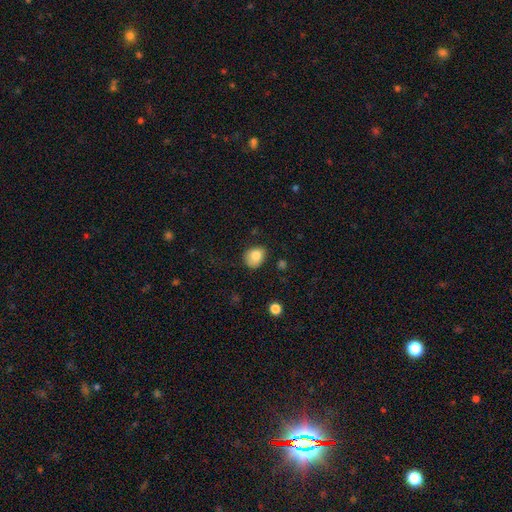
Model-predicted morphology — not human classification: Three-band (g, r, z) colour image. It shows a smooth galaxy with no disk features (81%) that is round (54%). Merging: none (63%).